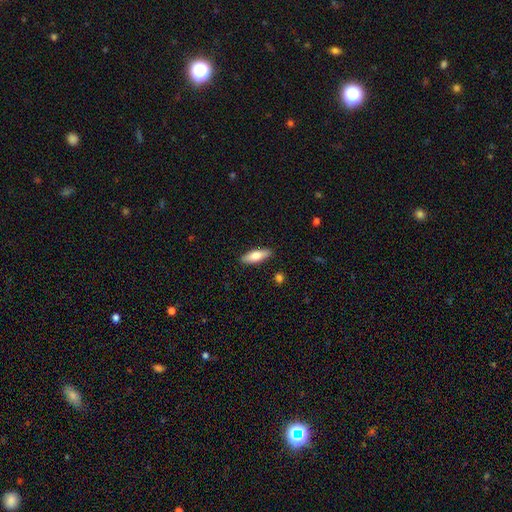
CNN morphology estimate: Smooth or featured: smooth — 72% (featured or disk — 22%)
How rounded: in between — 57% (cigar-shaped — 41%)
Merging: none — 88% (minor disturbance — 9%)